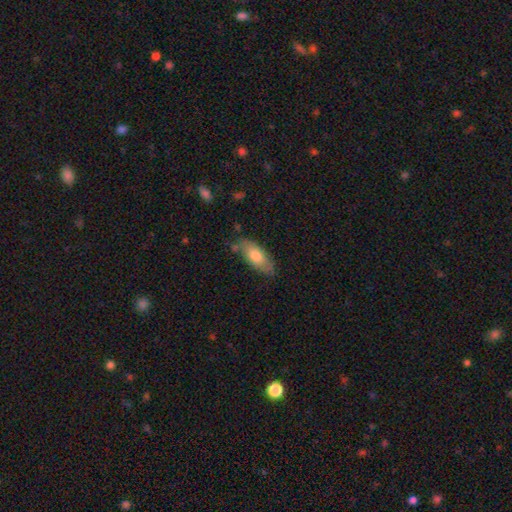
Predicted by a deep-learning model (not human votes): The model was most divided on "merging": none: 71%, minor disturbance: 21%, major disturbance: 4%, merger: 4%. More confident: how rounded — in between (79%); smooth or featured — smooth (73%).